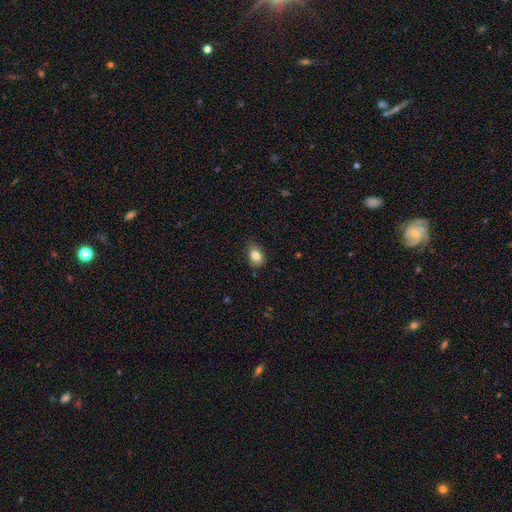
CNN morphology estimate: This is clearly a smooth galaxy (83%). How rounded: likely in between (77%). Merging: likely none (74%).